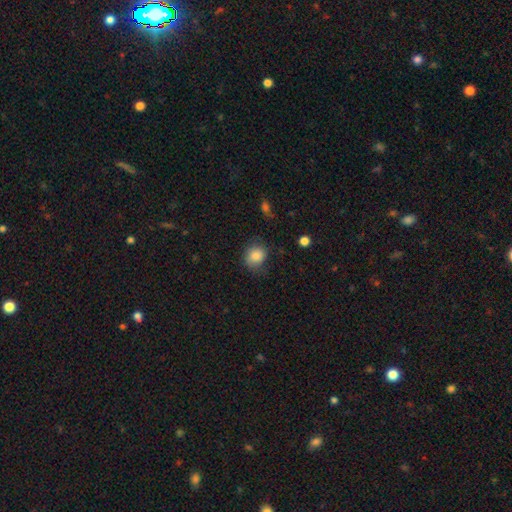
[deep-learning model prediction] Overall: smooth (83%). How rounded: round (70%). Merging: none (66%).